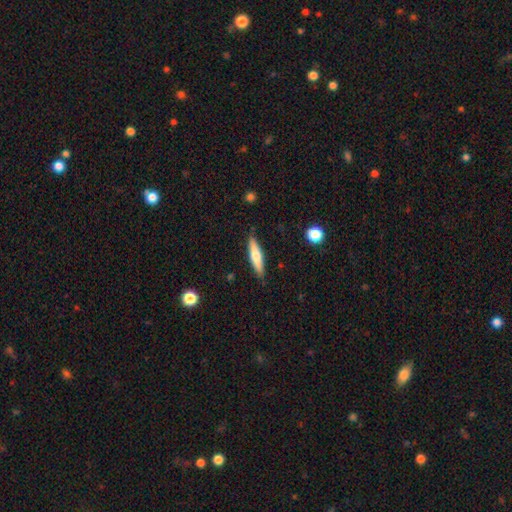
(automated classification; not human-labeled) This is possibly a smooth galaxy (56%). How rounded: likely cigar-shaped (80%). Merging: clearly none (88%).